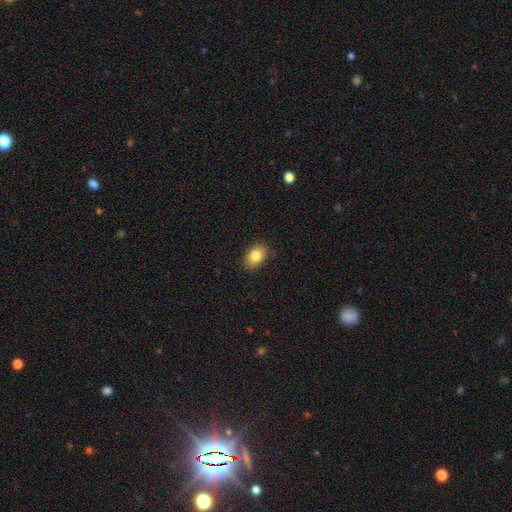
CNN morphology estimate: Overall: smooth (83%). How rounded: in between (82%). Merging: none (83%).